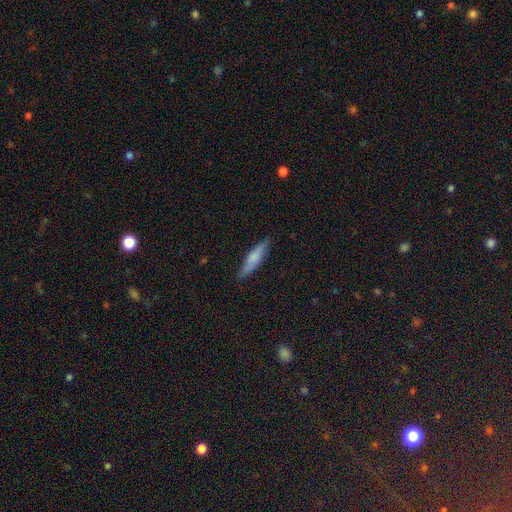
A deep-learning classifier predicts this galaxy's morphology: Q: Smooth or featured?
A: smooth (56%); runner-up: featured or disk (37%)
Q: How rounded?
A: cigar-shaped (83%); runner-up: in between (15%)
Q: Merging?
A: none (86%); runner-up: minor disturbance (11%)